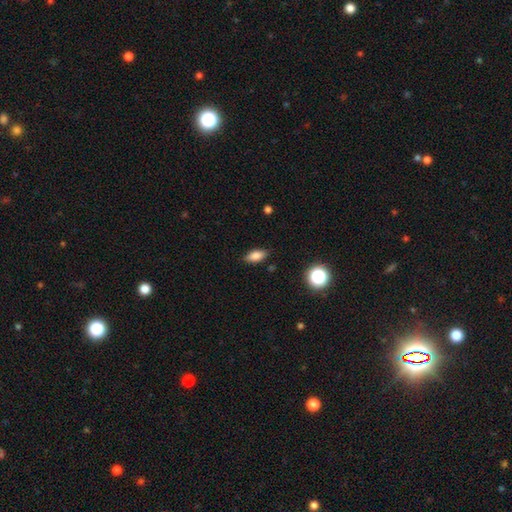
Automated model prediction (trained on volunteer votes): Smooth or featured? smooth (82%)
How rounded? in between (83%)
Merging? none (86%)